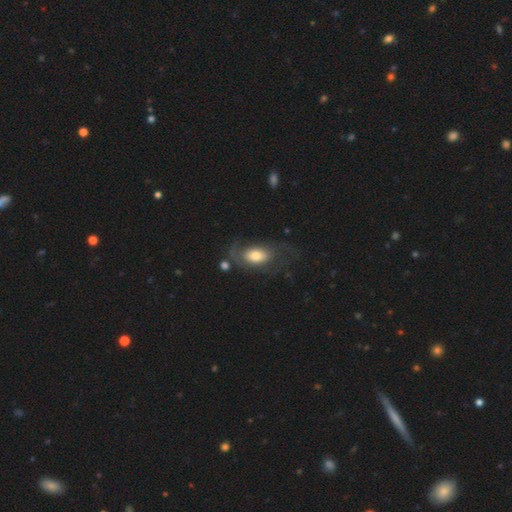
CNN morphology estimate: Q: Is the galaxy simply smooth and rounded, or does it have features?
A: featured or disk — 48%.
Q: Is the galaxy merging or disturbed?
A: none — 40%.